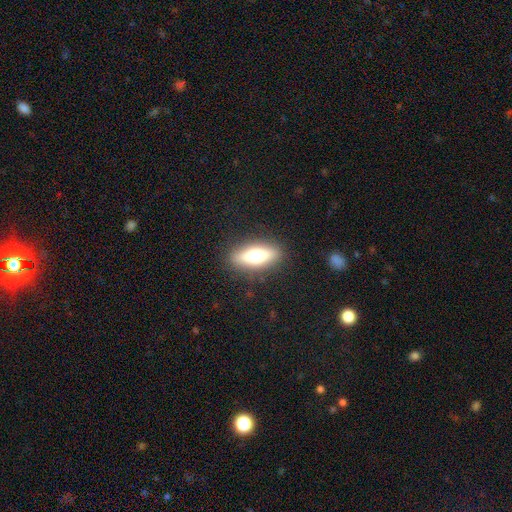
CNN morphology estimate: Overall: smooth (58%; featured or disk 33%). How rounded: in between (64%; cigar-shaped 31%). Merging: none (87%).